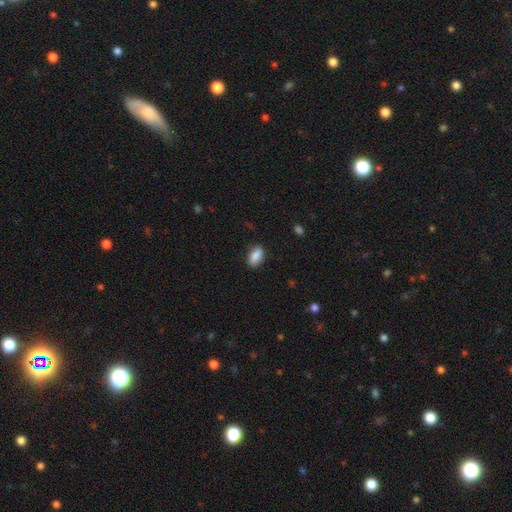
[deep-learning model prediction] A smooth galaxy with no disk features (86%) that is in between round and cigar-shaped (91%).

Vote fractions:
- Smooth or featured? smooth: 86% / star or artifact: 7% / featured or disk: 6%
- How rounded? in between: 91% / round: 6% / cigar-shaped: 4%
- Merging? none: 79% / minor disturbance: 16% / major disturbance: 3% / merger: 1%